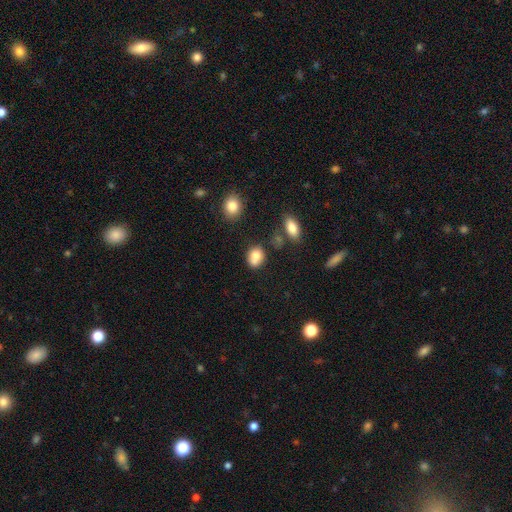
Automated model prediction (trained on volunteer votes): smooth 78%, featured or disk 12%, star or artifact 11%. Down the decision tree: how rounded — in between (50%); merging — none (55%).